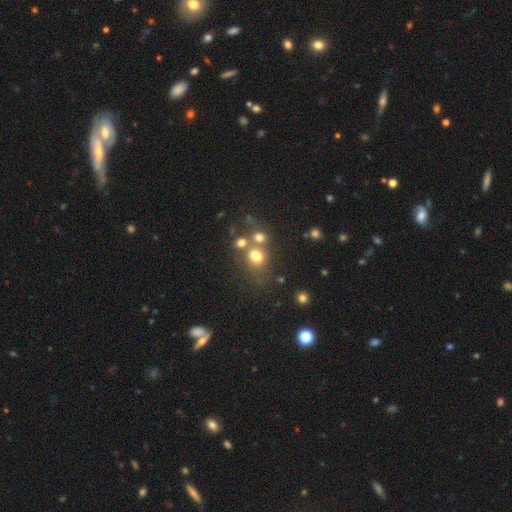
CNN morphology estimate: smooth-or-featured: smooth: 68% | star or artifact: 17% | featured or disk: 15%
  how-rounded: round: 53% | in between: 46% | cigar-shaped: 1%
  merging: merger: 41% (tied) | none: 41% (tied) | minor disturbance: 11% | major disturbance: 7%